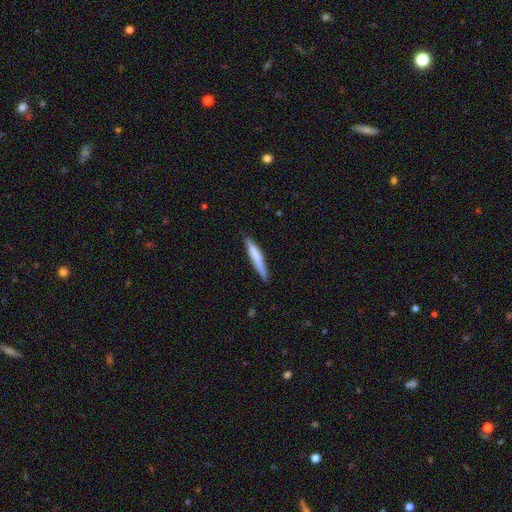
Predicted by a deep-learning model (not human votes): This is likely a smooth galaxy (69%). How rounded: clearly cigar-shaped (94%). Merging: clearly none (85%).